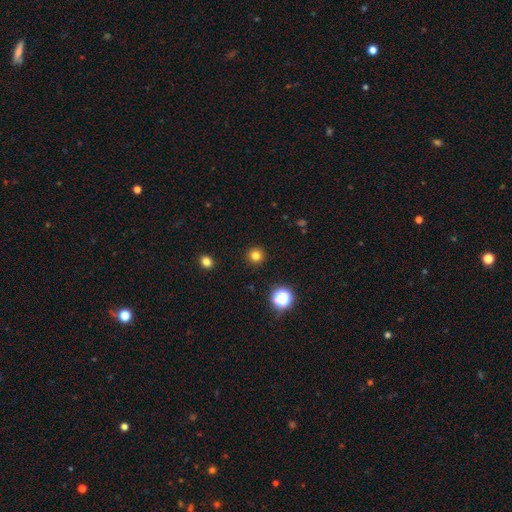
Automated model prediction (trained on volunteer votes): Morphology: type=smooth (80%); roundness=round (95%); merging=none (92%).